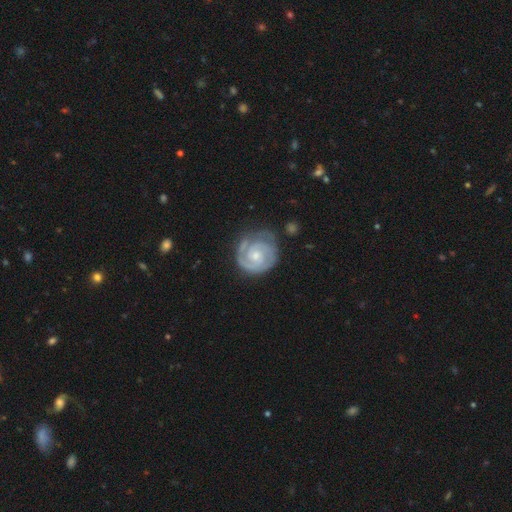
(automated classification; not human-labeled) featured or disk 88%, smooth 8%, star or artifact 4%. Down the decision tree: edge-on disk — no (98%); bar — no (68%); spiral arms — yes (98%); spiral arm count — 2 (70%); spiral winding — tight (74%); bulge size — small (57%); merging — none (72%).